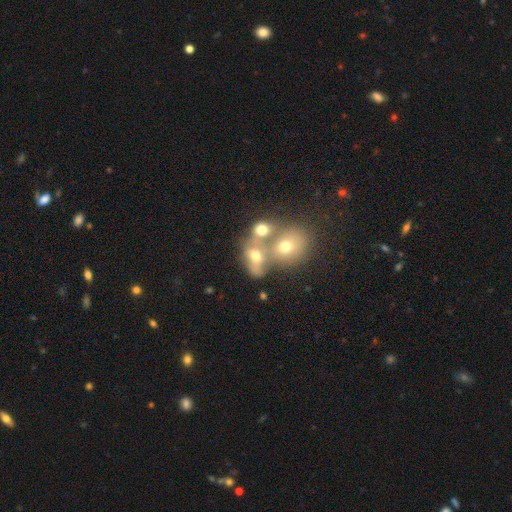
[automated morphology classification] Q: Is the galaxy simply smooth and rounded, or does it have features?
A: smooth — 57%.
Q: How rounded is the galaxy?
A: in between — 56%.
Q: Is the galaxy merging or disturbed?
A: merger — 57%.